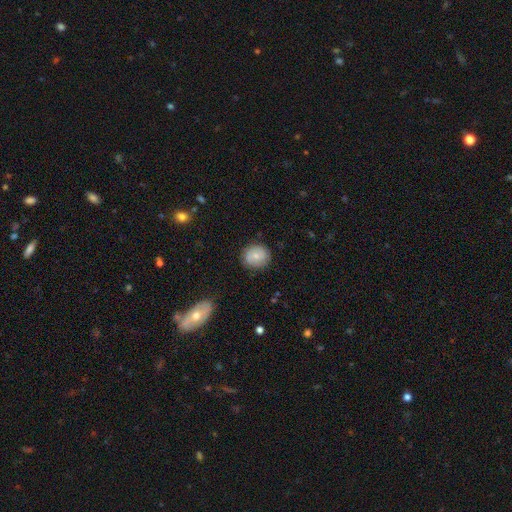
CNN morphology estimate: A smooth galaxy with no disk features (66%) that is round (79%).

Vote fractions:
- Smooth or featured? smooth: 66% / featured or disk: 25% / star or artifact: 8%
- How rounded? round: 79% / in between: 20% / cigar-shaped: 1%
- Merging? none: 83% / minor disturbance: 13% / major disturbance: 3% / merger: 1%